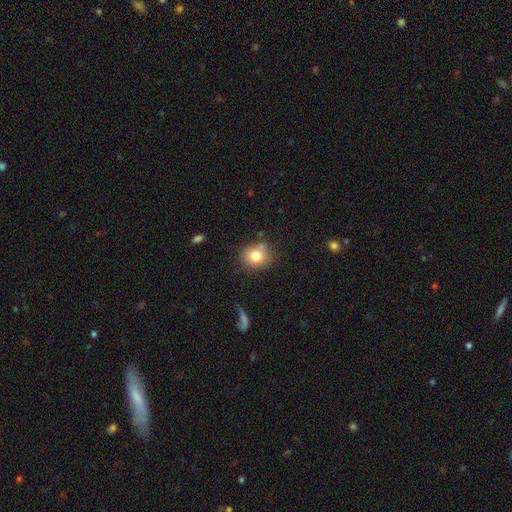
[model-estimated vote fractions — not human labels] The model was most divided on "how rounded": round: 78%, in between: 21%, cigar-shaped: 1%. More confident: smooth or featured — smooth (80%); merging — none (76%).